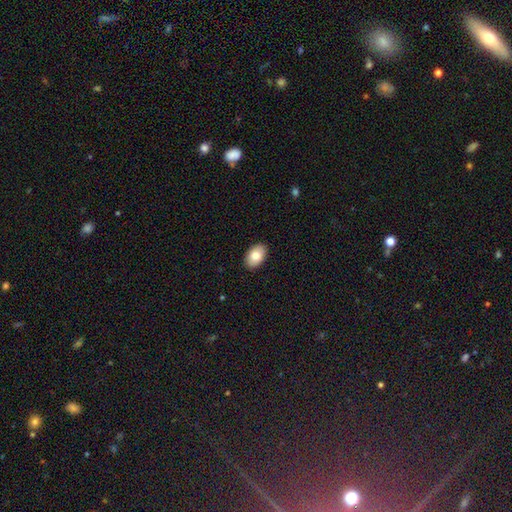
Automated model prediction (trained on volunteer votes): Smooth or featured?
  - smooth: 83% *
  - featured or disk: 11%
  - star or artifact: 7%
How rounded?
  - in between: 91% *
  - round: 8%
  - cigar-shaped: 1%
Merging?
  - none: 90% *
  - minor disturbance: 8%
  - major disturbance: 2%
  - merger: 1%